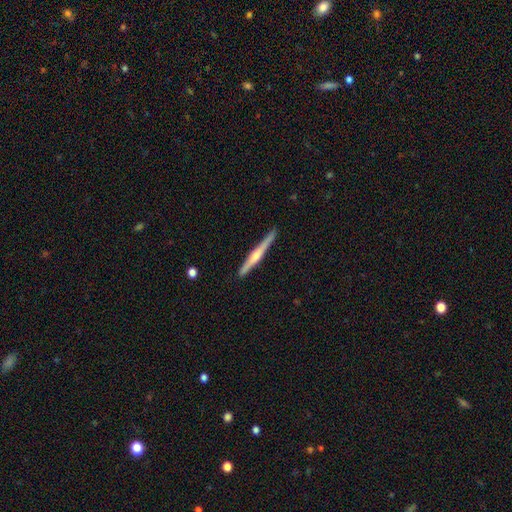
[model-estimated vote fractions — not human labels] Smooth or featured? featured or disk (66%)
Edge-on disk? yes (98%)
Edge-on bulge? rounded (79%)
Merging? none (89%)